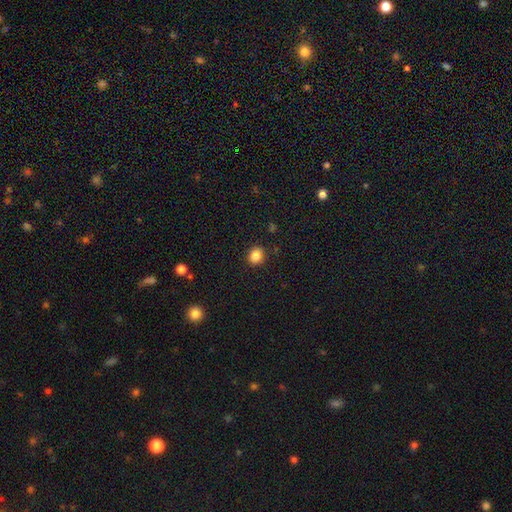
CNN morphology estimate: Smooth or featured? smooth (83%)
How rounded? round (77%)
Merging? none (90%)